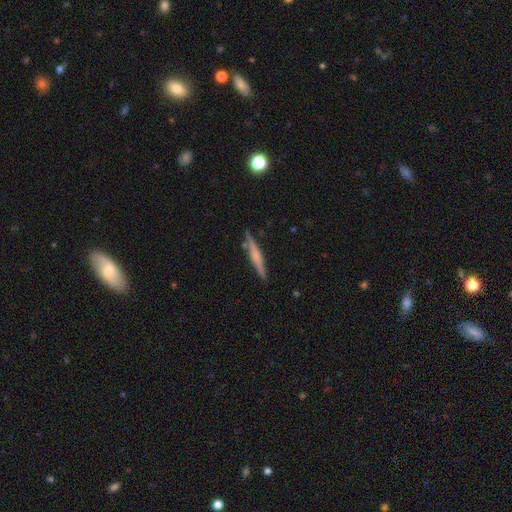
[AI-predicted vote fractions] featured or disk 58%, smooth 36%, star or artifact 6%. Down the decision tree: edge-on disk — yes (97%); edge-on bulge — rounded (50%); merging — none (87%).